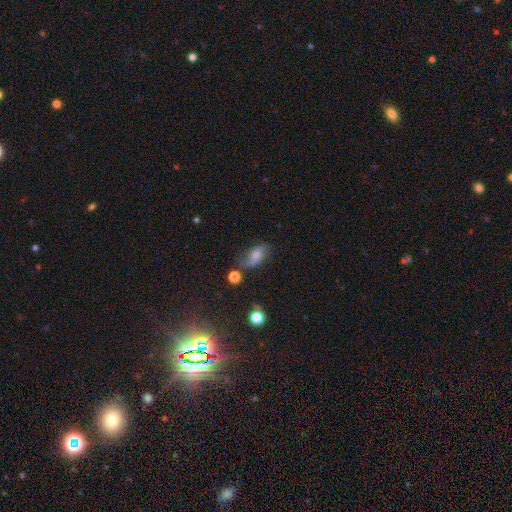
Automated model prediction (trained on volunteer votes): smooth-or-featured: smooth: 49% | featured or disk: 39% | star or artifact: 12%
  merging: none: 57% | minor disturbance: 26% | major disturbance: 11% | merger: 6%